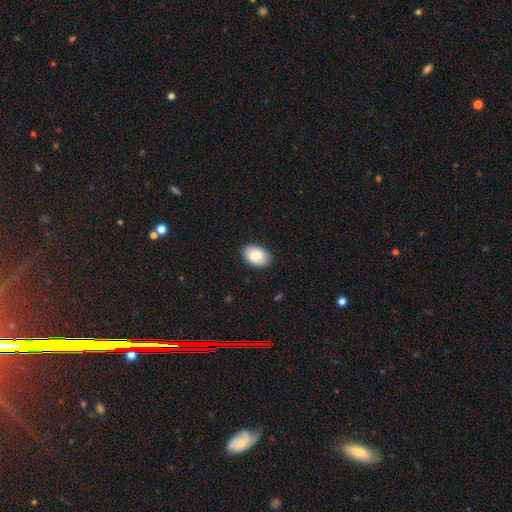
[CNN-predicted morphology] Smooth or featured? smooth (78%)
How rounded? in between (89%)
Merging? none (87%)